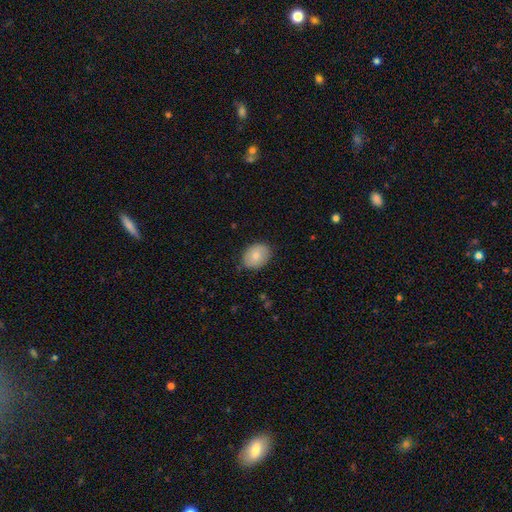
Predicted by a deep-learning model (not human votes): This is clearly a smooth galaxy (80%). How rounded: likely in between (61%). Merging: clearly none (81%).